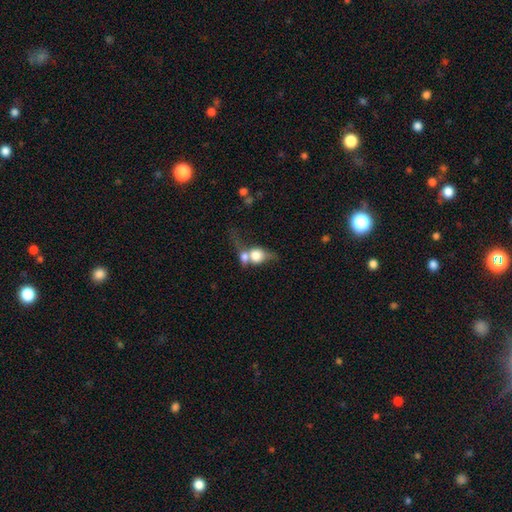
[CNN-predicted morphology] This is likely a smooth galaxy (65%). How rounded: possibly round (57%). Merging: likely merger (64%).